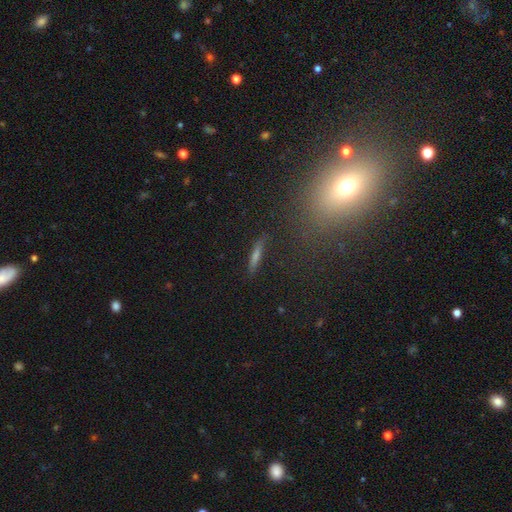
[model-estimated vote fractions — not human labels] smooth_or_featured: smooth (p=0.52) [alt: featured or disk p=0.31]
how_rounded: cigar-shaped (p=0.81) [alt: in between p=0.13]
merging: none (p=0.86) [alt: minor disturbance p=0.09]